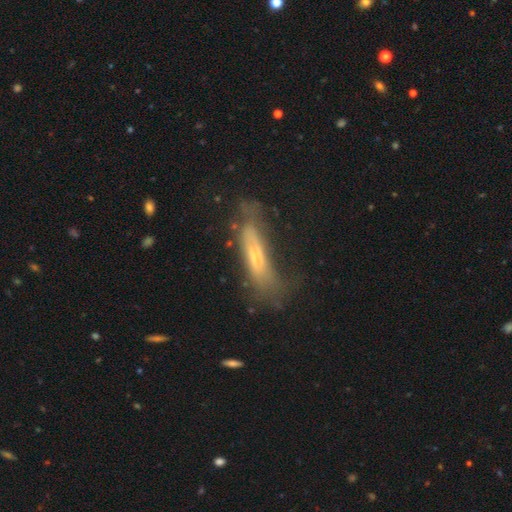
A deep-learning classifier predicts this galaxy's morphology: This appears to be a smooth galaxy with no disk features (49%). Merging: none (43%).